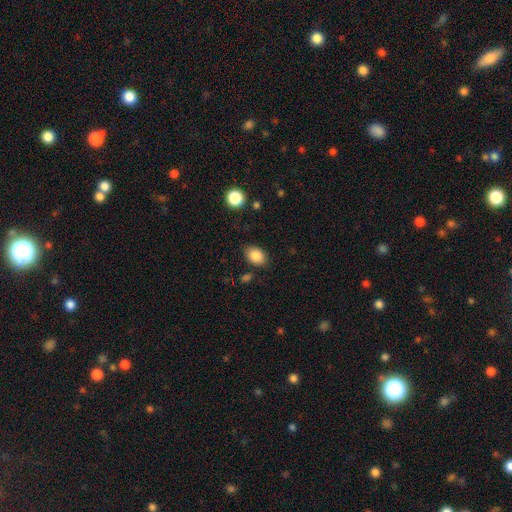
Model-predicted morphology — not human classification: This appears to be a smooth galaxy with no disk features (86%) that is in between round and cigar-shaped (74%). Merging: none (83%).